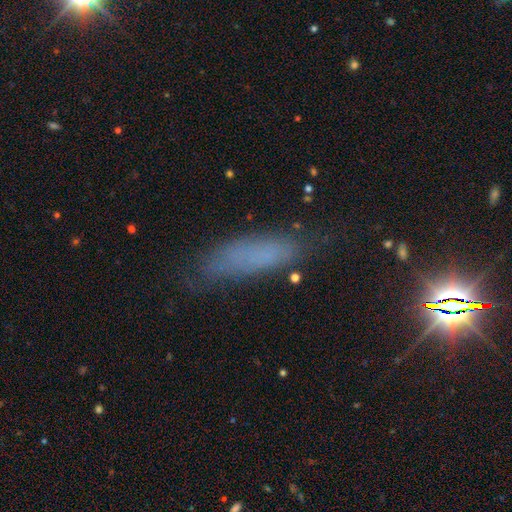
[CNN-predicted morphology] type=smooth (60%); roundness=cigar-shaped (58%); merging=none (64%).